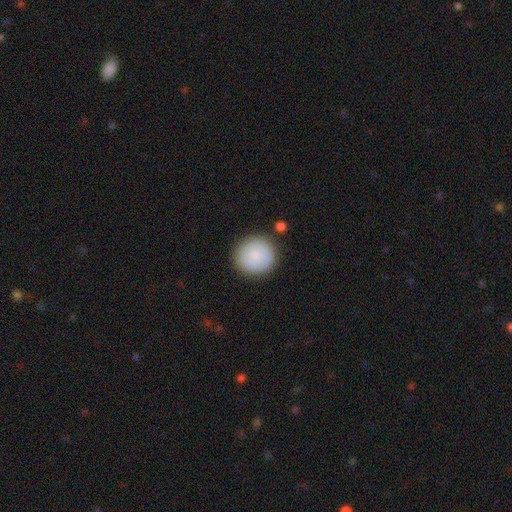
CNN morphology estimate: The model was most divided on "smooth or featured": smooth: 79%, featured or disk: 14%, star or artifact: 6%. More confident: how rounded — round (93%); merging — none (86%).